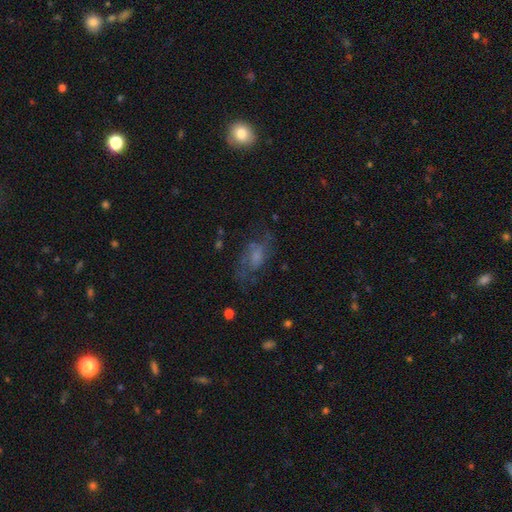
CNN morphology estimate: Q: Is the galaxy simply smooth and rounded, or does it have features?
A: featured or disk — 54%.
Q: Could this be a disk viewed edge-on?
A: no — 94%.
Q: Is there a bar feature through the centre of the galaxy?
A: no — 62%.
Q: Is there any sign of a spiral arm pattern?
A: yes — 73%.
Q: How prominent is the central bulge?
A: moderate — 31%.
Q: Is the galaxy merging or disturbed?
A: none — 56%.